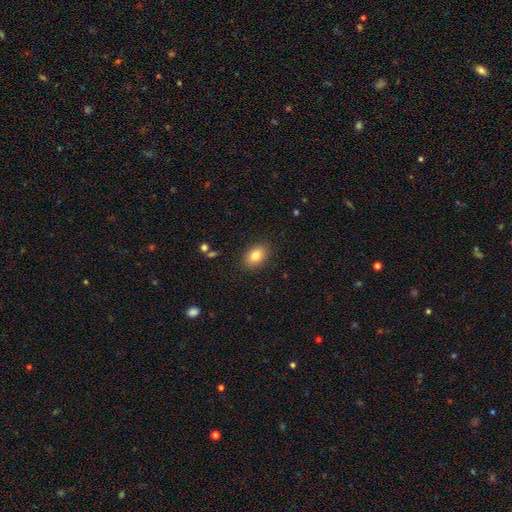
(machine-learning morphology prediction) type=smooth (82%); roundness=in between (78%); merging=none (87%).